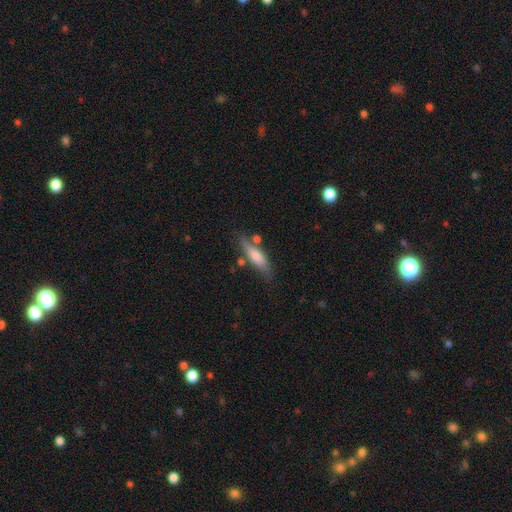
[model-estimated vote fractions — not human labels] smooth_or_featured: smooth (p=0.61) [alt: featured or disk p=0.31]
how_rounded: cigar-shaped (p=0.73) [alt: in between p=0.25]
merging: none (p=0.69) [alt: minor disturbance p=0.19]